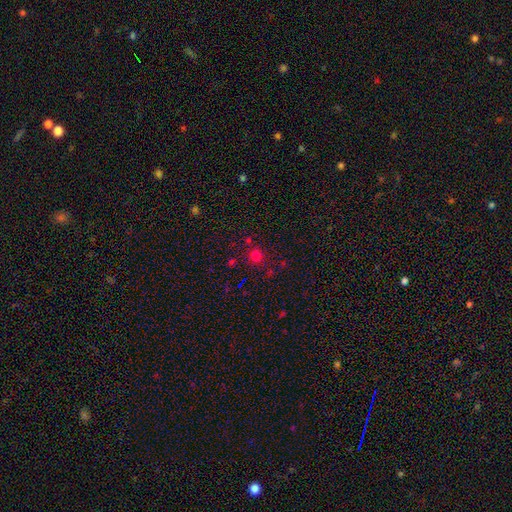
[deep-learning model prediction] smooth-or-featured: smooth: 72% | star or artifact: 24% | featured or disk: 5%
  how-rounded: round: 90% | in between: 9% | cigar-shaped: 1%
  merging: none: 81% | minor disturbance: 9% | merger: 6% | major disturbance: 4%